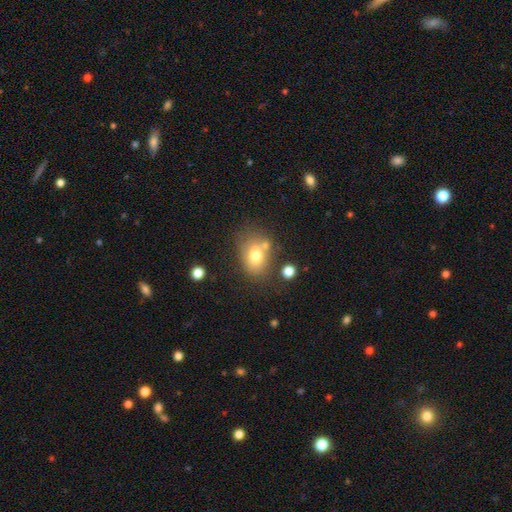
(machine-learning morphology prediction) smooth 70%, featured or disk 19%, star or artifact 11%. Down the decision tree: how rounded — in between (60%); merging — none (54%).